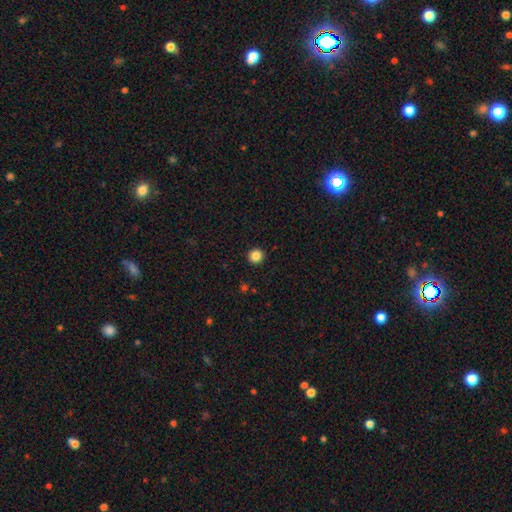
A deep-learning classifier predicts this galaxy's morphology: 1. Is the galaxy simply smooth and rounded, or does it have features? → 85% smooth, 11% star or artifact, 4% featured or disk.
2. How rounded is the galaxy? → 94% round, 5% in between, 1% cigar-shaped.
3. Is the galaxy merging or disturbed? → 93% none, 4% minor disturbance, 2% major disturbance, 1% merger.